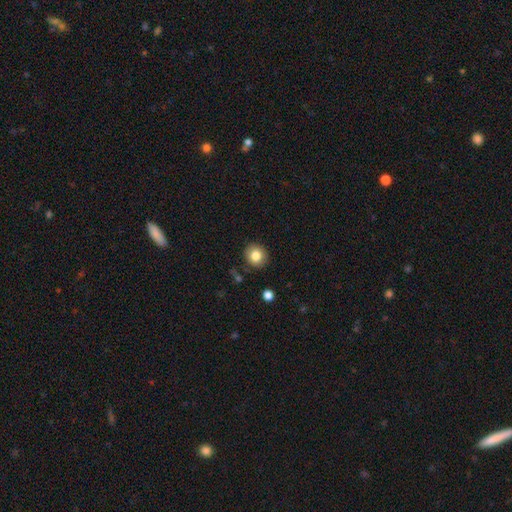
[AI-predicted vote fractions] smooth-or-featured: smooth: 82% | star or artifact: 9% | featured or disk: 8%
  how-rounded: round: 84% | in between: 15% | cigar-shaped: 1%
  merging: none: 88% | minor disturbance: 8% | major disturbance: 2% | merger: 2%